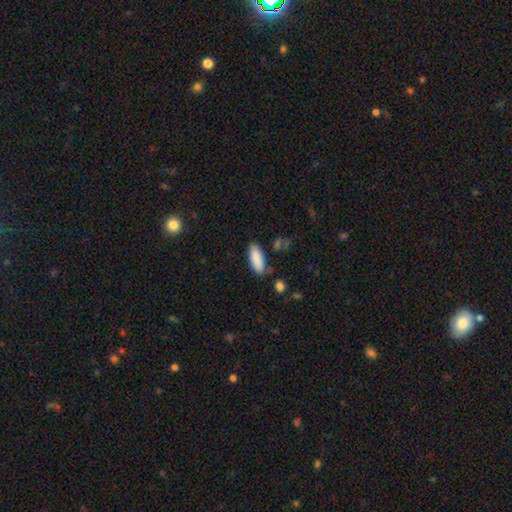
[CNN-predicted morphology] Smooth or featured: smooth — 88% (star or artifact — 6%)
How rounded: in between — 75% (cigar-shaped — 23%)
Merging: none — 78% (minor disturbance — 15%)